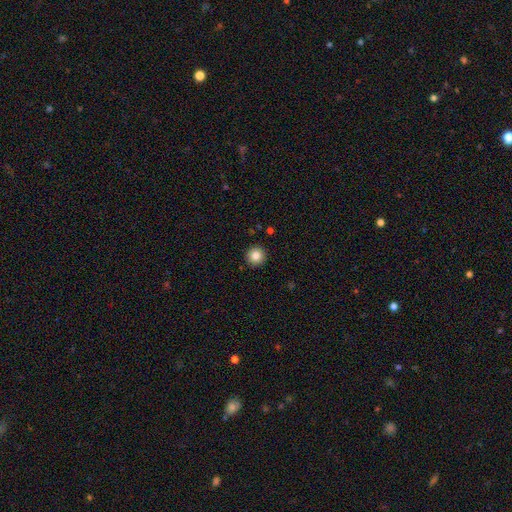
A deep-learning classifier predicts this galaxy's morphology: This is clearly a smooth galaxy (84%). How rounded: clearly round (95%). Merging: clearly none (93%).